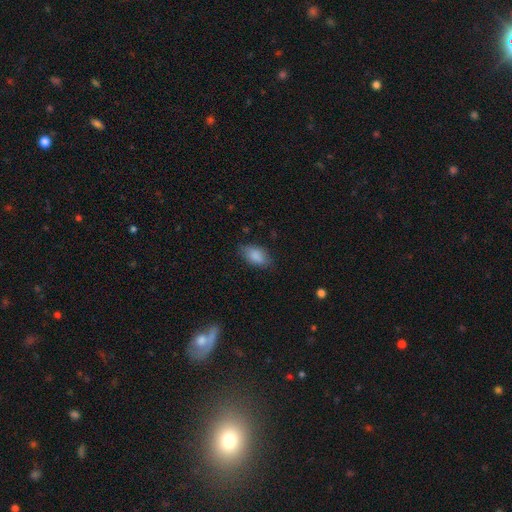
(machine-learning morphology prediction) smooth 87%, star or artifact 7%, featured or disk 6%. Down the decision tree: how rounded — in between (91%); merging — none (77%).